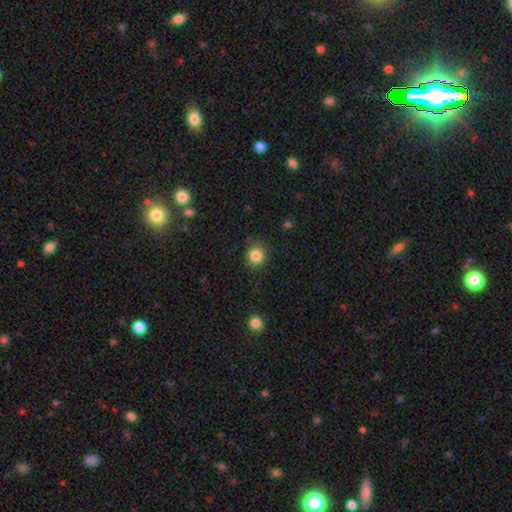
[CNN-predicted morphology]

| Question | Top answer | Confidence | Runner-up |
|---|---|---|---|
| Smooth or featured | smooth | 85% | star or artifact (11%) |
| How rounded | round | 84% | in between (15%) |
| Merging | none | 84% | minor disturbance (12%) |